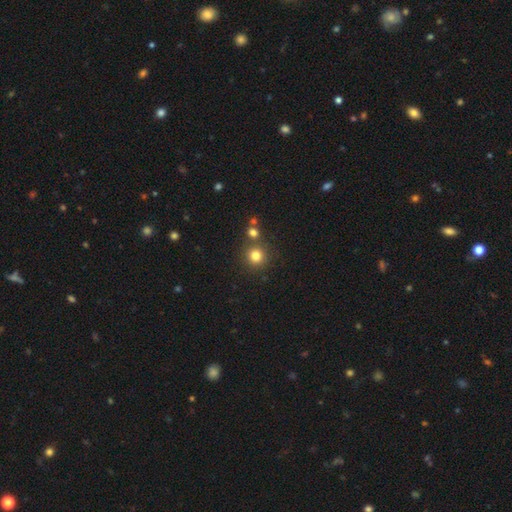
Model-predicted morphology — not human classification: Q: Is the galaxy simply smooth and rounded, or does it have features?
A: smooth — 80%.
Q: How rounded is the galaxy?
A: round — 93%.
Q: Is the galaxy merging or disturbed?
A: none — 78%.